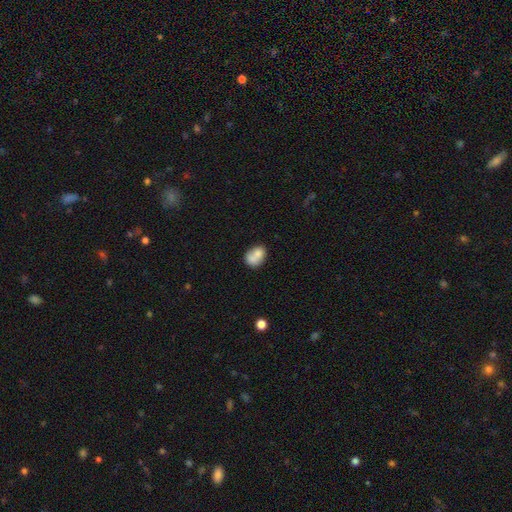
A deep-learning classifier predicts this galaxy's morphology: A smooth galaxy with no disk features (74%) that is in between round and cigar-shaped (66%). Merging: merger (44%).